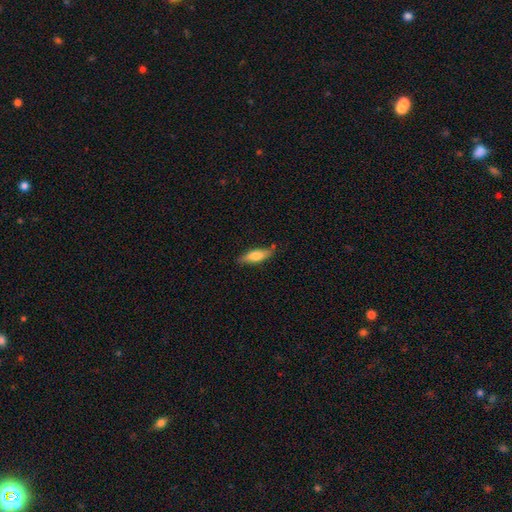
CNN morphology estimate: Q: Smooth or featured?
A: smooth (71%); runner-up: featured or disk (23%)
Q: How rounded?
A: cigar-shaped (49%); tied with: in between (49%)
Q: Merging?
A: none (76%); runner-up: minor disturbance (17%)